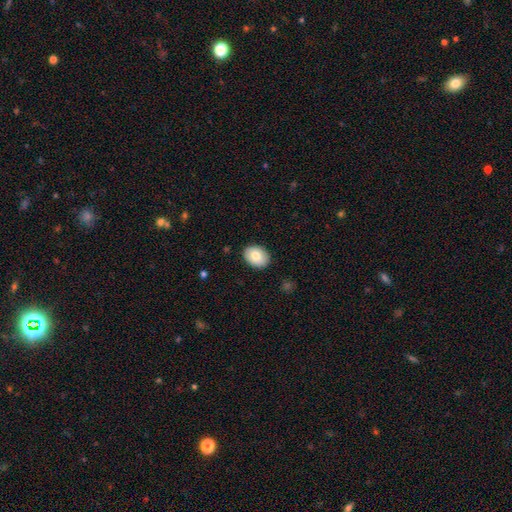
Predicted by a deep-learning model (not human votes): smooth 79%, featured or disk 14%, star or artifact 7%. Down the decision tree: how rounded — in between (70%); merging — none (89%).